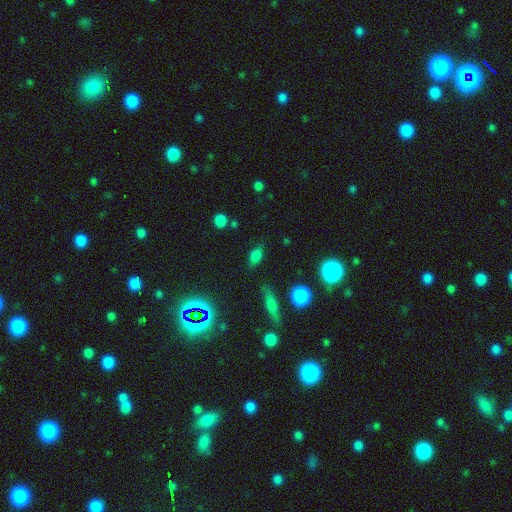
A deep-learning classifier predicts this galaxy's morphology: A smooth galaxy with no disk features (74%) that is in between round and cigar-shaped (81%). Merging: none (76%).